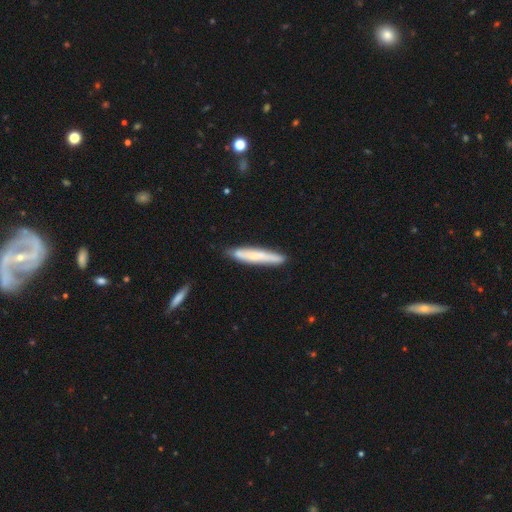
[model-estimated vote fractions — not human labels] A smooth galaxy with no disk features (61%) that is cigar-shaped (94%). Merging: none (82%).